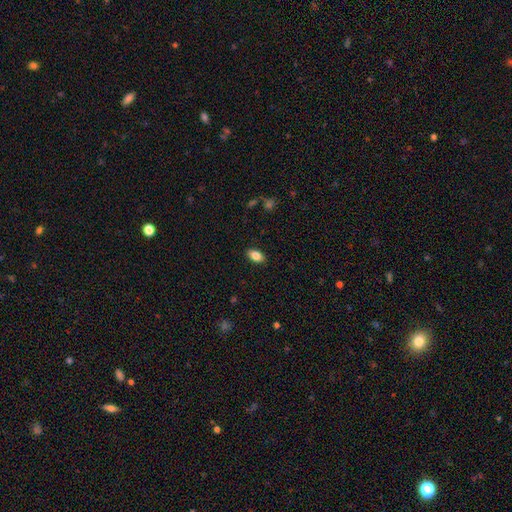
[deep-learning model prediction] This is clearly a smooth galaxy (84%). How rounded: clearly in between (91%). Merging: clearly none (89%).